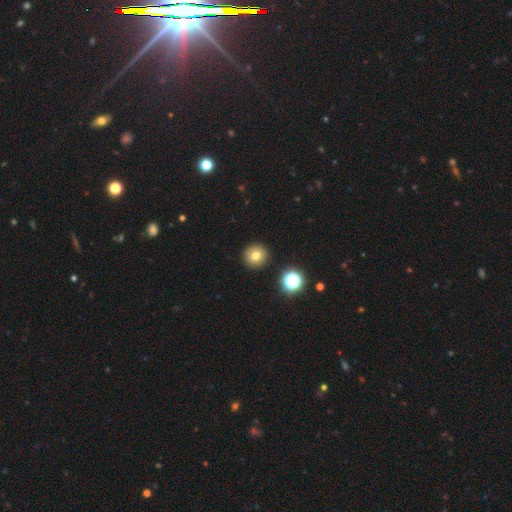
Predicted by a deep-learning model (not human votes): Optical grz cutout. It shows a smooth galaxy with no disk features (75%) that is round (95%). Merging: none (92%).